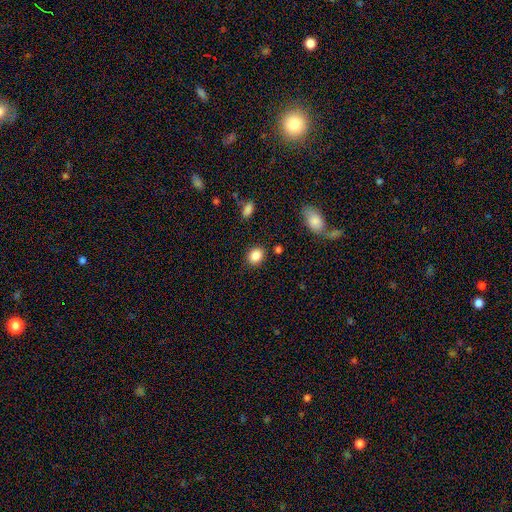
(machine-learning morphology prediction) Smooth or featured: smooth — 86% (star or artifact — 9%)
How rounded: round — 58% (in between — 41%)
Merging: none — 85% (minor disturbance — 9%)